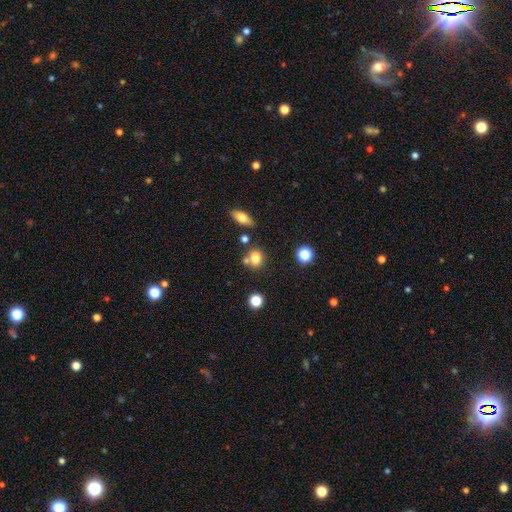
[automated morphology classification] Q: Smooth or featured?
A: smooth (77%); runner-up: star or artifact (12%)
Q: How rounded?
A: in between (53%); runner-up: round (45%)
Q: Merging?
A: none (59%); runner-up: merger (23%)